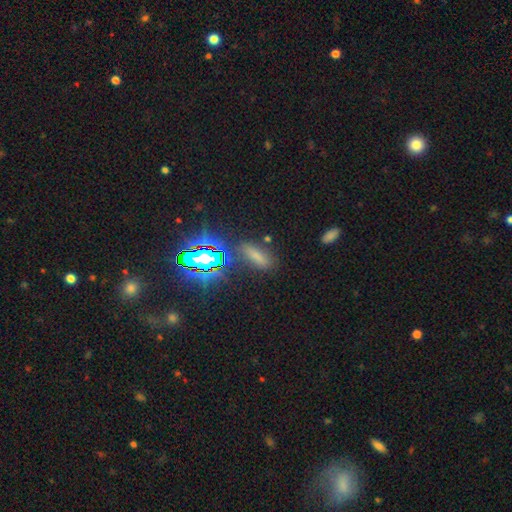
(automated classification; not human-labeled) smooth 59%, star or artifact 29%, featured or disk 11%. Down the decision tree: how rounded — in between (57%); merging — none (73%).